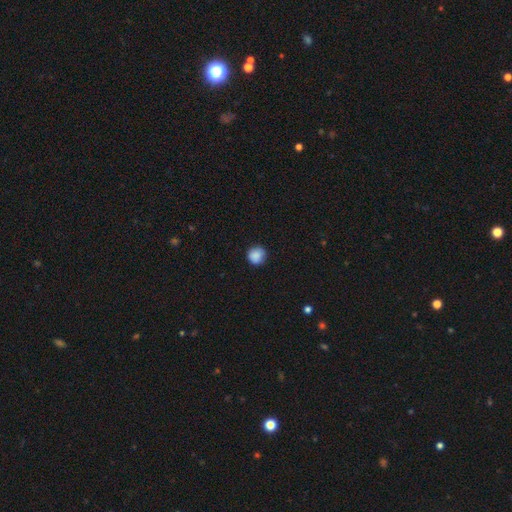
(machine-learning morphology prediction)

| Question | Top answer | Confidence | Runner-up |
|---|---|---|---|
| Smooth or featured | smooth | 87% | star or artifact (9%) |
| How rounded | round | 93% | in between (6%) |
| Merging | none | 85% | minor disturbance (11%) |